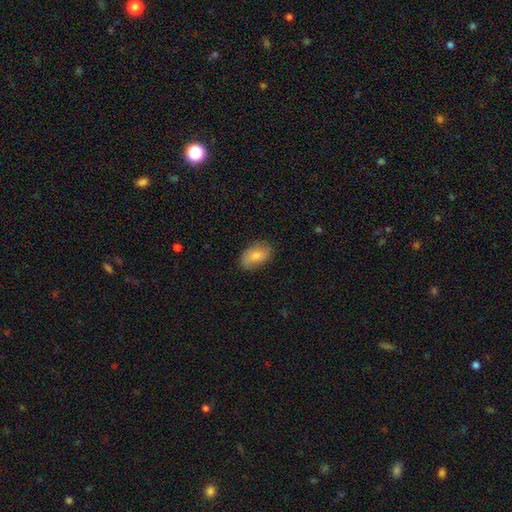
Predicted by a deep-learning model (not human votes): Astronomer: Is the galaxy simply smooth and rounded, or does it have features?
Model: smooth — 73%.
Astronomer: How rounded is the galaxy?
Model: in between — 91%.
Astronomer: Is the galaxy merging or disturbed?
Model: none — 81%.